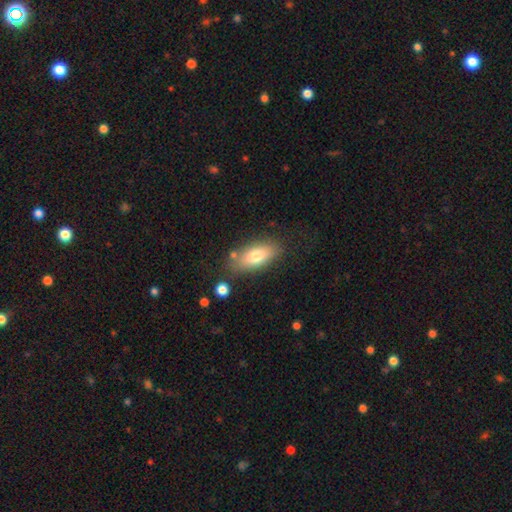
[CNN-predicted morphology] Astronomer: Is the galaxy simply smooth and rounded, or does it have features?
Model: smooth — 74%.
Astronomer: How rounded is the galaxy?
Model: in between — 83%.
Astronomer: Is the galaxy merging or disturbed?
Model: none — 76%.